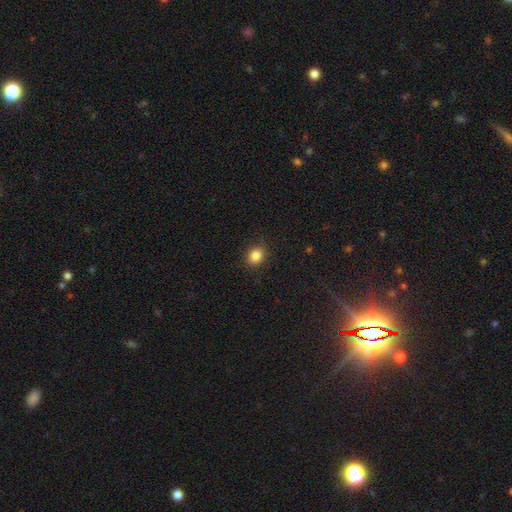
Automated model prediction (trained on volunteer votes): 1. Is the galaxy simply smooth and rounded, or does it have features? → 85% smooth, 10% star or artifact, 5% featured or disk.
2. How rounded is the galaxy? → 54% round, 45% in between, 1% cigar-shaped.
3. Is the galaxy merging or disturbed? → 87% none, 9% minor disturbance, 2% major disturbance, 1% merger.